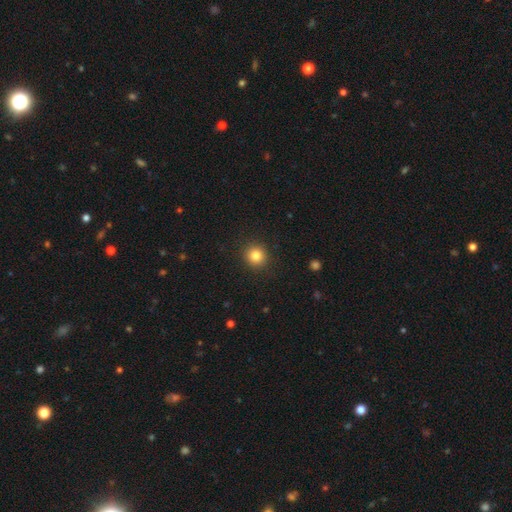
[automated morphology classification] Smooth or featured? smooth (83%)
How rounded? round (92%)
Merging? none (92%)